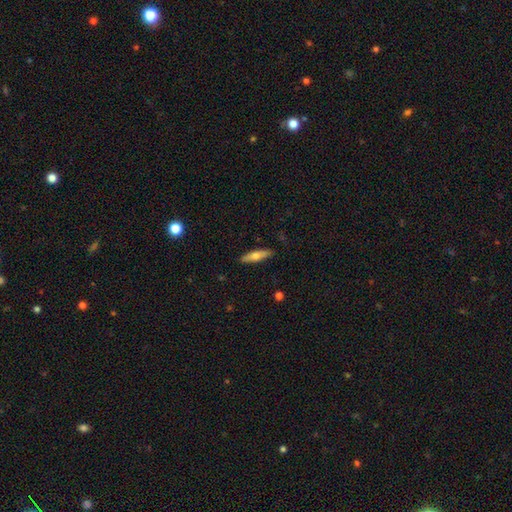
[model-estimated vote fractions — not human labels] Morphology: type=smooth (60%); roundness=cigar-shaped (73%); merging=none (88%).